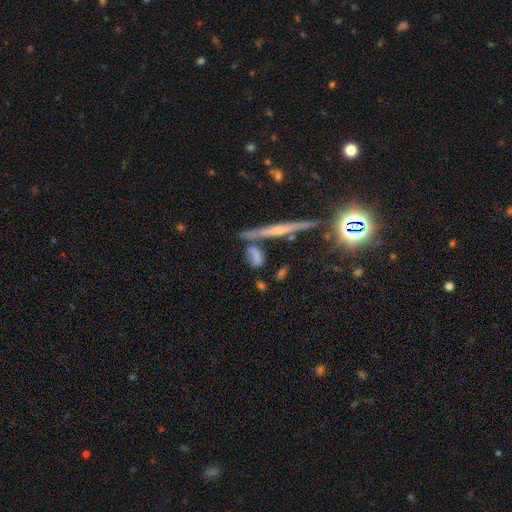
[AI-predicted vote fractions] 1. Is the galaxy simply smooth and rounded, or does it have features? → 58% smooth, 31% featured or disk, 10% star or artifact.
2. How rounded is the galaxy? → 56% in between, 32% cigar-shaped, 12% round.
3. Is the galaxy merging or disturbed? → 49% none, 21% merger, 20% minor disturbance, 10% major disturbance.